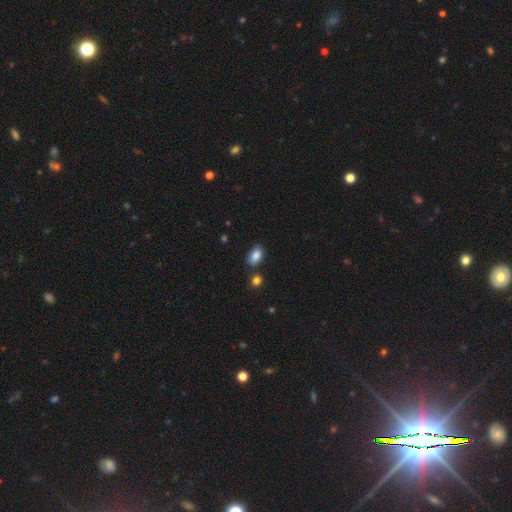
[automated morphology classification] Smooth or featured: smooth — 85% (star or artifact — 8%)
How rounded: in between — 91% (round — 7%)
Merging: none — 75% (minor disturbance — 15%)